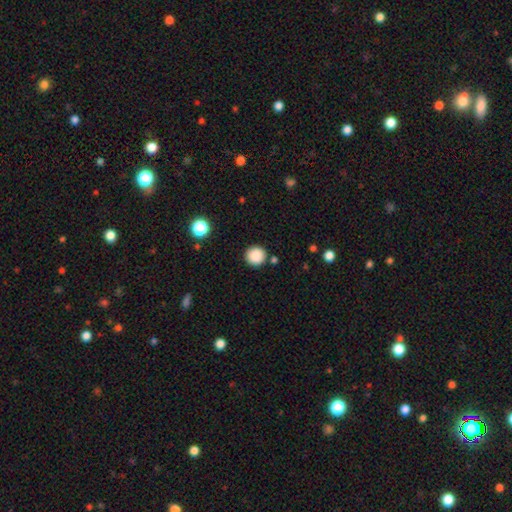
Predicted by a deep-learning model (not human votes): A smooth galaxy with no disk features (88%) that is round (93%). Merging: none (87%).